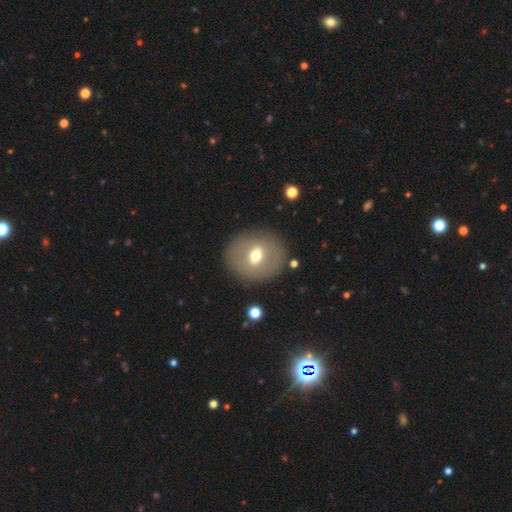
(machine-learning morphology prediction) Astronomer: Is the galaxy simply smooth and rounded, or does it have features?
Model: smooth — 52% (runner-up: featured or disk, 39%).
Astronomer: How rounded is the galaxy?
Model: round — 71%.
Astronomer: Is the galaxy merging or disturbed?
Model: none — 85%.